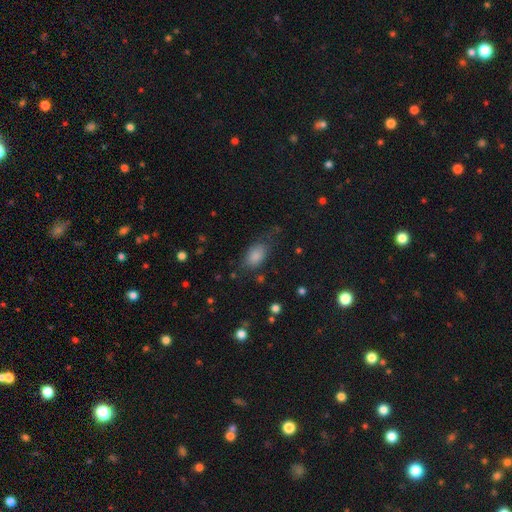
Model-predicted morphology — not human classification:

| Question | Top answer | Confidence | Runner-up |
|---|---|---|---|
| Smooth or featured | smooth | 83% | star or artifact (9%) |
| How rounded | in between | 89% | round (9%) |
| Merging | none | 65% | minor disturbance (22%) |